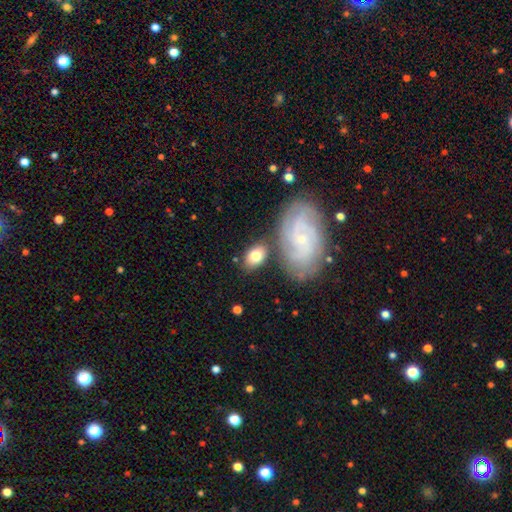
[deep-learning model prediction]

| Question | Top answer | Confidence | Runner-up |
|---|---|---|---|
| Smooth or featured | smooth | 65% | featured or disk (29%) |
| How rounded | in between | 86% | round (13%) |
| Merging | none | 68% | minor disturbance (15%) |